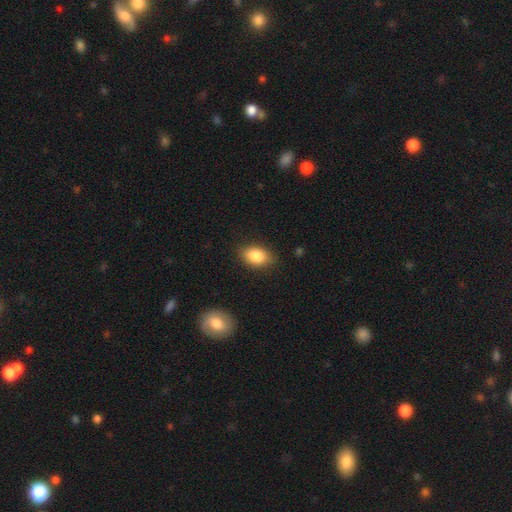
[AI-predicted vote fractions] A smooth galaxy with no disk features (85%) that is in between round and cigar-shaped (85%).

Vote fractions:
- Smooth or featured? smooth: 85% / star or artifact: 8% / featured or disk: 7%
- How rounded? in between: 85% / round: 14% / cigar-shaped: 2%
- Merging? none: 83% / minor disturbance: 13% / major disturbance: 3% / merger: 1%